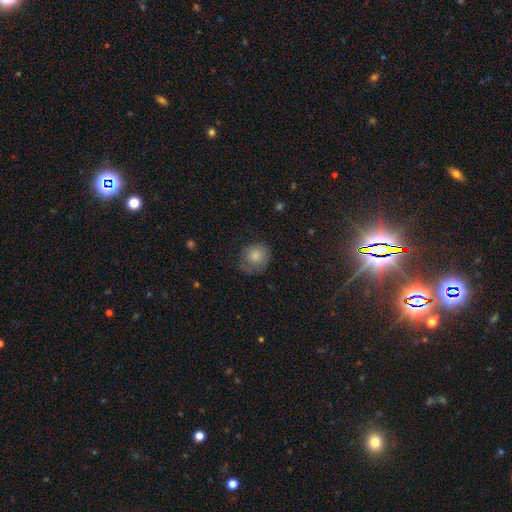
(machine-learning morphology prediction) smooth-or-featured: smooth: 80% | featured or disk: 12% | star or artifact: 8%
  how-rounded: round: 80% | in between: 19% | cigar-shaped: 1%
  merging: none: 61% | minor disturbance: 26% | major disturbance: 11% | merger: 1%